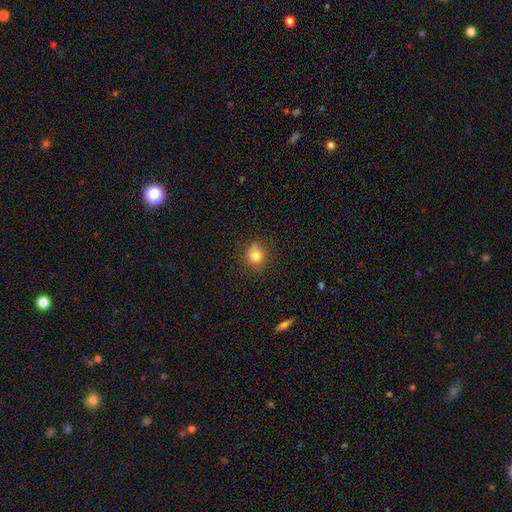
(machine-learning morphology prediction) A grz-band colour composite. It shows a smooth galaxy with no disk features (79%) that is round (74%). Merging: none (69%).